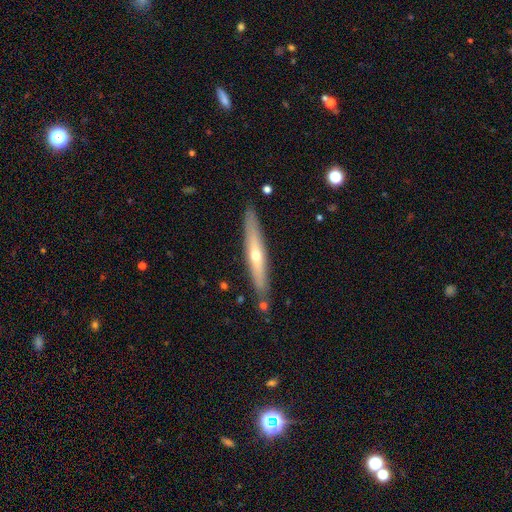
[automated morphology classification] Smooth or featured: featured or disk — 58% (smooth — 36%)
Edge-on disk: yes — 89% (no — 11%)
Edge-on bulge: rounded — 79% (none — 19%)
Merging: none — 87% (minor disturbance — 9%)